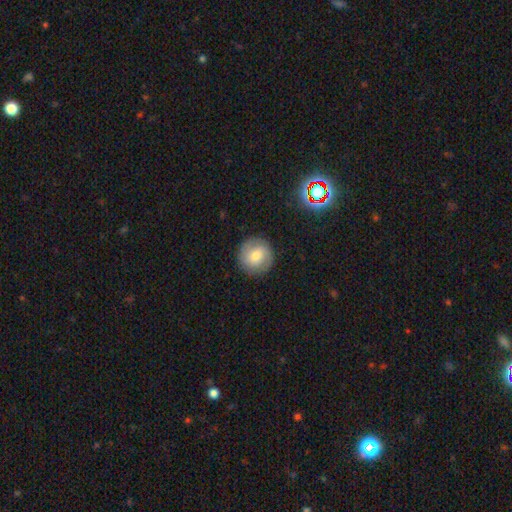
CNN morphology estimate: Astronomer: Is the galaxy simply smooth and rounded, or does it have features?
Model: smooth — 60%.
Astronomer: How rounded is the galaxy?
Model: round — 93%.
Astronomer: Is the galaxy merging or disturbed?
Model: none — 88%.